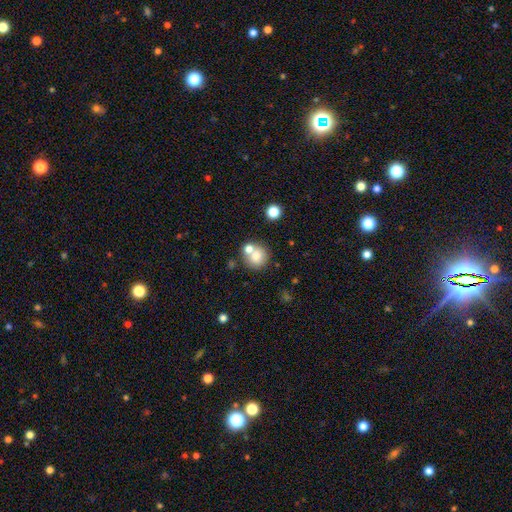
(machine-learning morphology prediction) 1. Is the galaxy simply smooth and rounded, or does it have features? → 73% smooth, 16% featured or disk, 11% star or artifact.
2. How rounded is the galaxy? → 89% round, 10% in between, 1% cigar-shaped.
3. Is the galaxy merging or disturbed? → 57% none, 31% merger, 9% minor disturbance, 3% major disturbance.